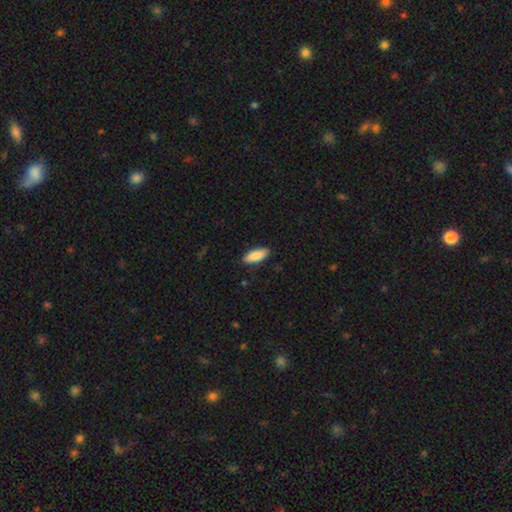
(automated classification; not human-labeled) This is clearly a smooth galaxy (89%). How rounded: likely in between (72%). Merging: clearly none (86%).